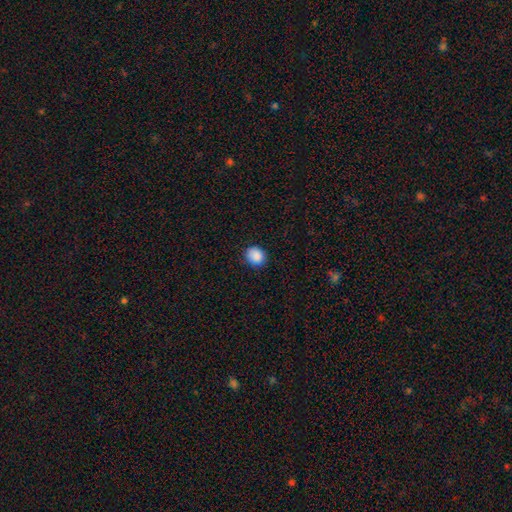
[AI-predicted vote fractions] Smooth or featured: smooth — 88% (star or artifact — 9%)
How rounded: round — 75% (in between — 25%)
Merging: none — 85% (minor disturbance — 11%)